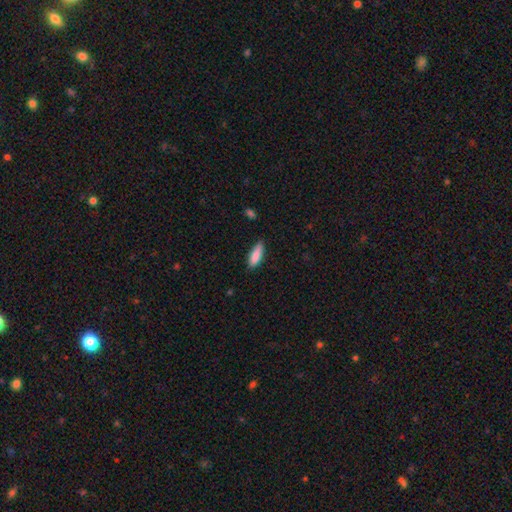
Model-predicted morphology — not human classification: The model was most divided on "how rounded": in between: 56%, cigar-shaped: 42%, round: 2%. More confident: smooth or featured — smooth (86%); merging — none (75%).